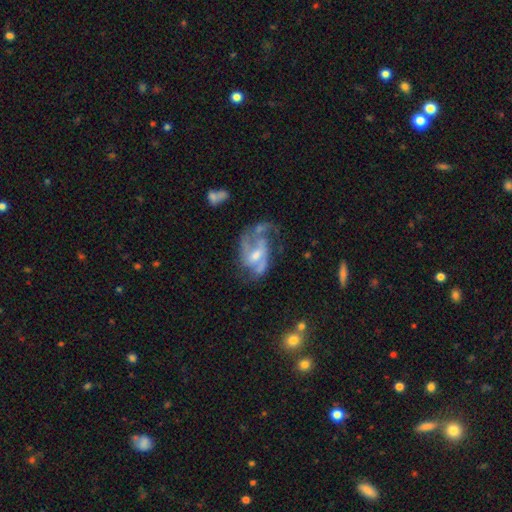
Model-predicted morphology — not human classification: type=featured or disk (79%); edge-on=no (97%); bar=weak (50%); spiral arms=yes (81%); winding=medium (45%); arm count=2 (57%); bulge=moderate (49%); merging=major disturbance (35%, tied with none).